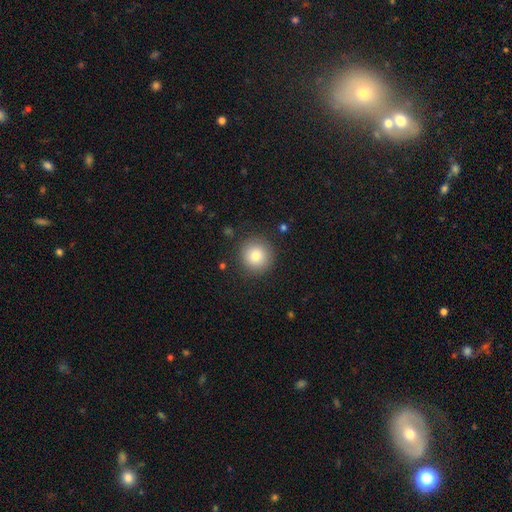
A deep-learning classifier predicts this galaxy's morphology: This appears to be a smooth galaxy with no disk features (80%) that is round (95%). Merging: none (89%).